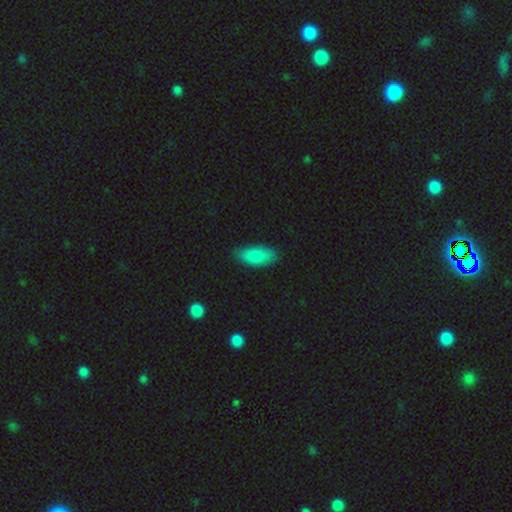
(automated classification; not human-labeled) This appears to be a smooth galaxy with no disk features (85%) that is in between round and cigar-shaped (87%). Merging: none (83%).